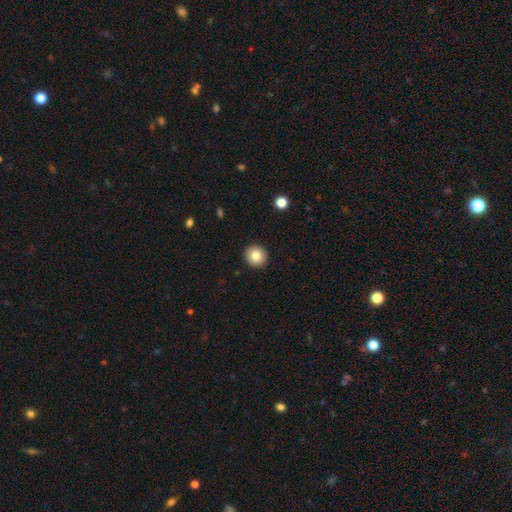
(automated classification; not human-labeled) smooth_or_featured: smooth (p=0.82) [alt: star or artifact p=0.09]
how_rounded: round (p=0.91) [alt: in between p=0.08]
merging: none (p=0.93) [alt: minor disturbance p=0.05]